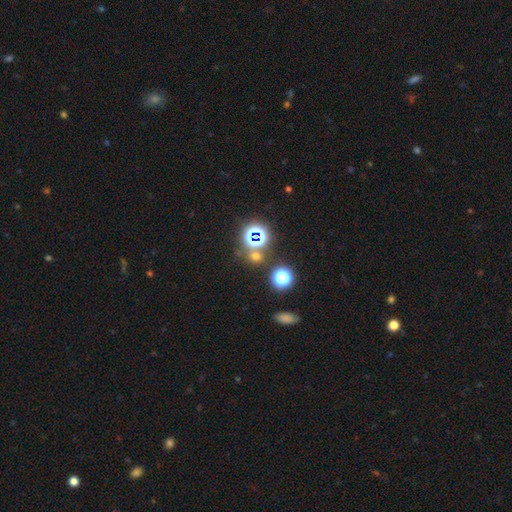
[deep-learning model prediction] A star or artifact, not a galaxy (47%).

Vote fractions:
- Smooth or featured? star or artifact: 47% / smooth: 46% / featured or disk: 8%